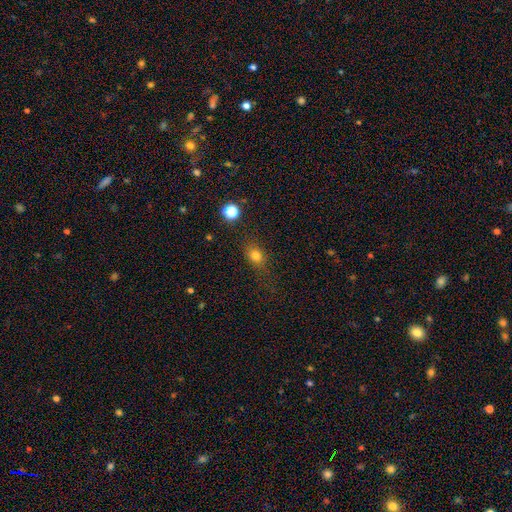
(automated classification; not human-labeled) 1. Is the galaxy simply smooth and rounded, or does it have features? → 77% smooth, 14% star or artifact, 8% featured or disk.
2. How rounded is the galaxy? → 53% in between, 45% round, 3% cigar-shaped.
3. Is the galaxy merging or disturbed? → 74% none, 17% minor disturbance, 8% major disturbance, 2% merger.